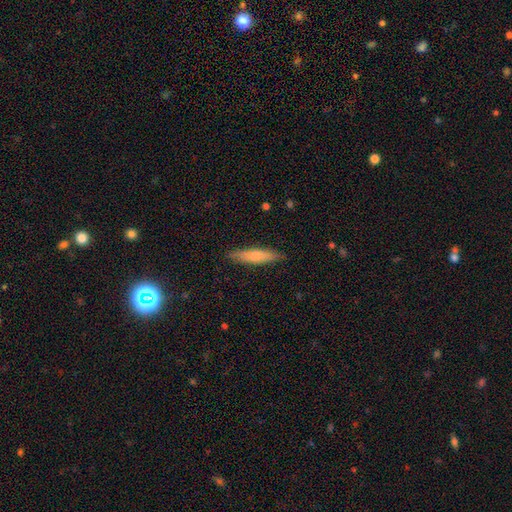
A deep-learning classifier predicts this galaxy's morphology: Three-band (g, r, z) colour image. It shows a smooth galaxy with no disk features (75%) that is cigar-shaped (85%). Merging: none (88%).